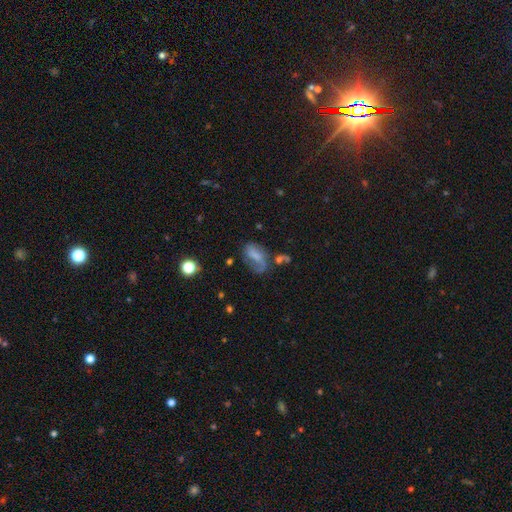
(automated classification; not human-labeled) The model was most divided on "merging": none: 32%, major disturbance: 31%, minor disturbance: 24%, merger: 13%. Remaining: smooth or featured — smooth (50%).